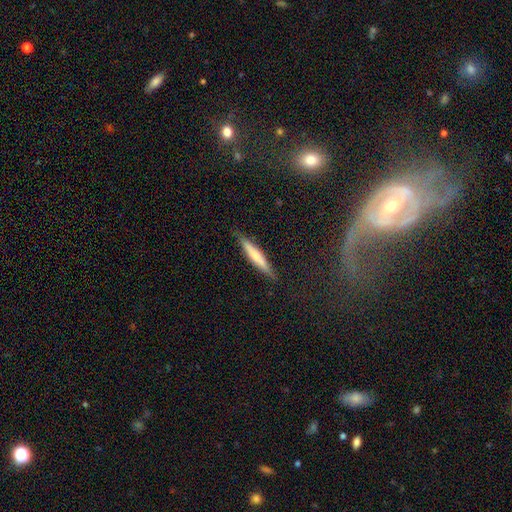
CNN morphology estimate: smooth_or_featured: smooth (p=0.56) [alt: featured or disk p=0.37]
how_rounded: cigar-shaped (p=0.93) [alt: in between p=0.06]
merging: none (p=0.88) [alt: minor disturbance p=0.09]